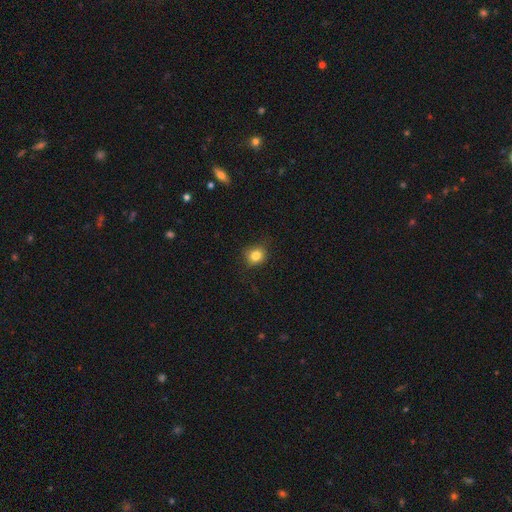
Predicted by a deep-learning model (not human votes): Q: Smooth or featured?
A: smooth (82%); runner-up: star or artifact (11%)
Q: How rounded?
A: round (78%); runner-up: in between (21%)
Q: Merging?
A: none (83%); runner-up: minor disturbance (13%)